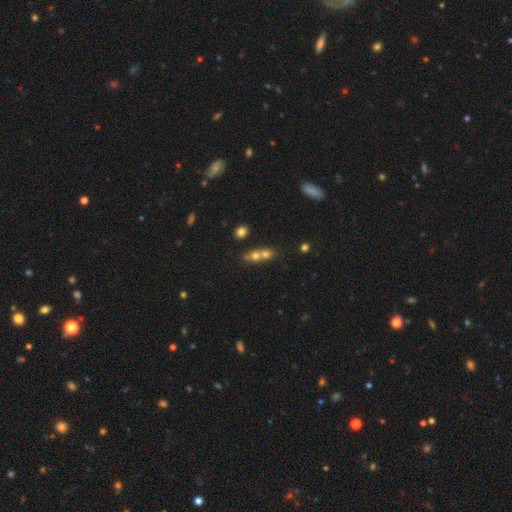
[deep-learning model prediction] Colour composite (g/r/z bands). It shows a smooth galaxy with no disk features (63%) that is round (59%). Merging: merger (65%).